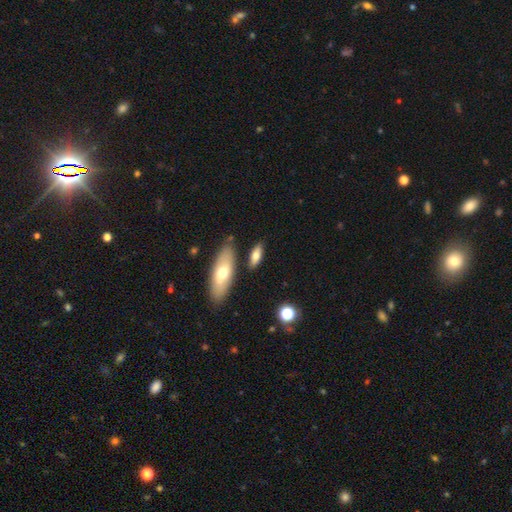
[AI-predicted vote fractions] The model was most divided on "how rounded": in between: 64%, cigar-shaped: 33%, round: 3%. More confident: merging — none (75%); smooth or featured — smooth (70%).